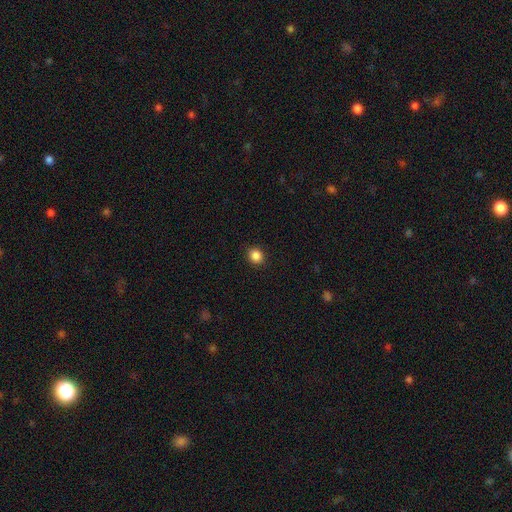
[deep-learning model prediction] Q: Smooth or featured?
A: smooth (86%); runner-up: star or artifact (10%)
Q: How rounded?
A: round (74%); runner-up: in between (25%)
Q: Merging?
A: none (90%); runner-up: minor disturbance (7%)